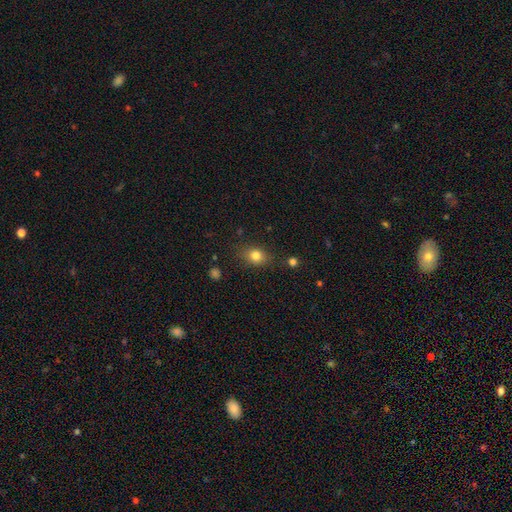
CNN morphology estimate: A smooth galaxy with no disk features (81%) that is in between round and cigar-shaped (53%).

Vote fractions:
- Smooth or featured? smooth: 81% / star or artifact: 11% / featured or disk: 8%
- How rounded? in between: 53% / round: 45% / cigar-shaped: 2%
- Merging? none: 78% / minor disturbance: 15% / major disturbance: 4% / merger: 3%